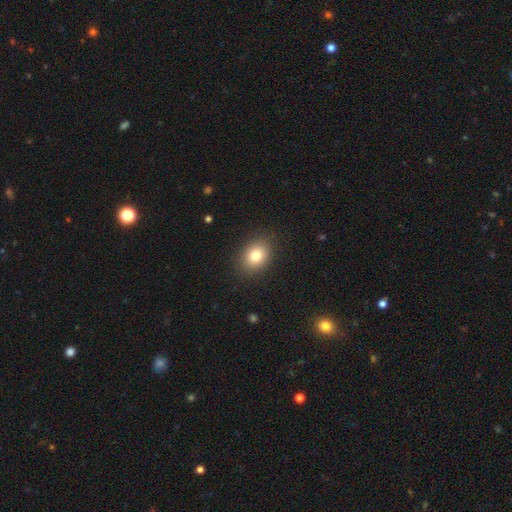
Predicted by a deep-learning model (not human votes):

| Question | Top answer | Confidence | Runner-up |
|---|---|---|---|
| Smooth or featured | smooth | 80% | star or artifact (10%) |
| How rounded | in between | 61% | round (38%) |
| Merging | none | 87% | minor disturbance (9%) |